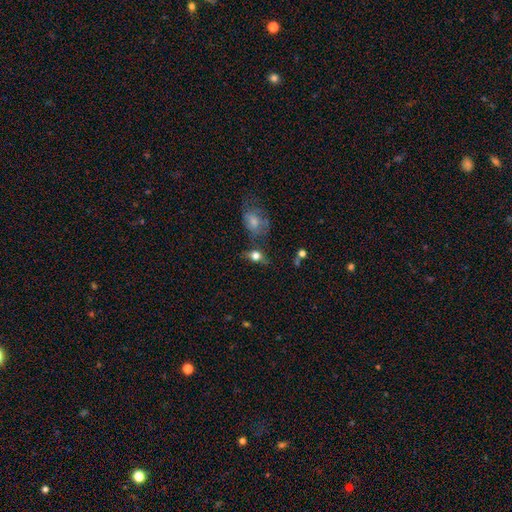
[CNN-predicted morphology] Smooth or featured: smooth — 62% (featured or disk — 26%)
How rounded: in between — 55% (round — 37%)
Merging: none — 60% (minor disturbance — 21%)